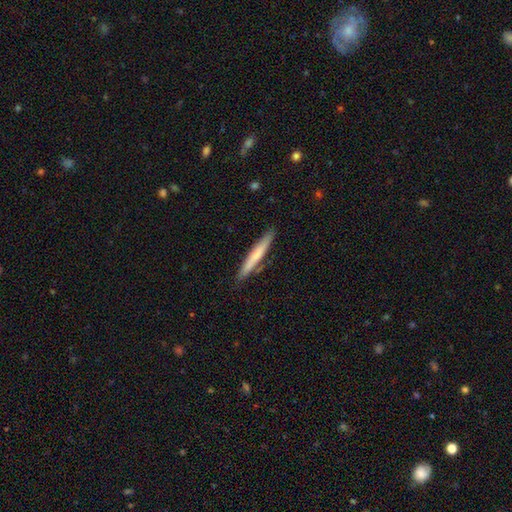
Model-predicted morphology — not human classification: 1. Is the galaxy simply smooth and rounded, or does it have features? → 64% smooth, 31% featured or disk, 6% star or artifact.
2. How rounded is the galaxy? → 95% cigar-shaped, 3% in between, 1% round.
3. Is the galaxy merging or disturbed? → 85% none, 11% minor disturbance, 3% merger, 2% major disturbance.